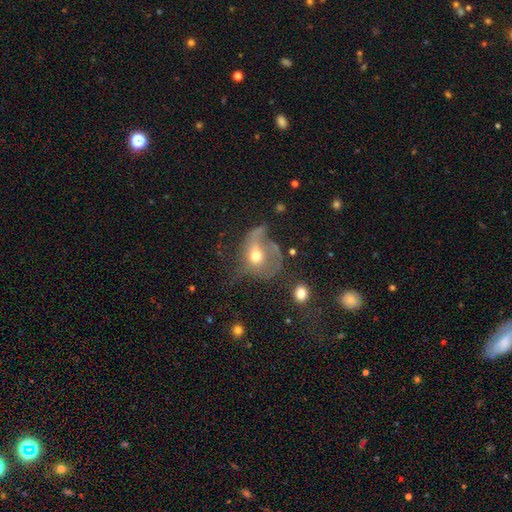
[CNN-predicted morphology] Smooth or featured? featured or disk (46%)
Merging? major disturbance (50%)